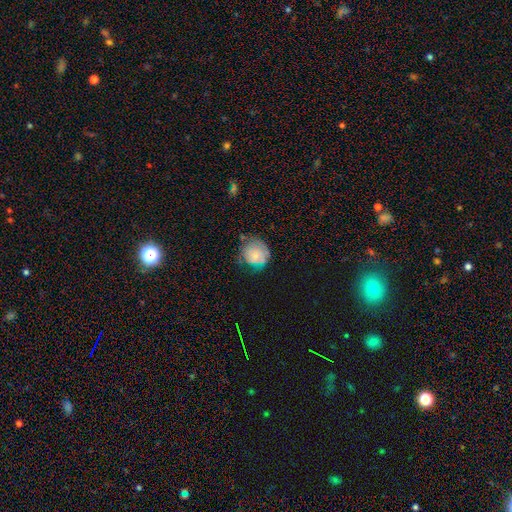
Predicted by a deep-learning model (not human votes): Smooth or featured?
  - smooth: 61% *
  - featured or disk: 29%
  - star or artifact: 11%
How rounded?
  - round: 87% *
  - in between: 12%
  - cigar-shaped: 1%
Merging?
  - none: 58% *
  - minor disturbance: 28%
  - major disturbance: 10%
  - merger: 4%